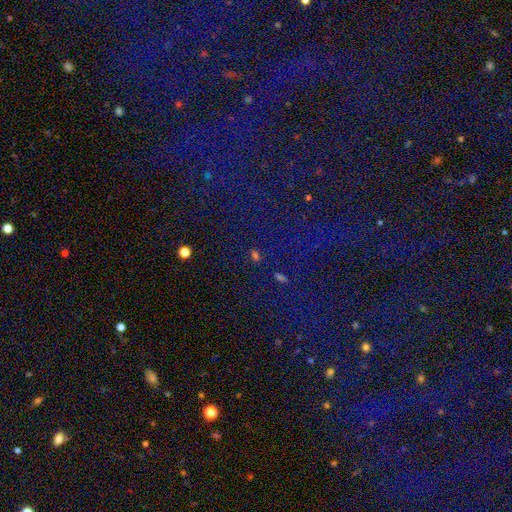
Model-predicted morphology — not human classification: This appears to be a star or artifact, not a galaxy (62%).